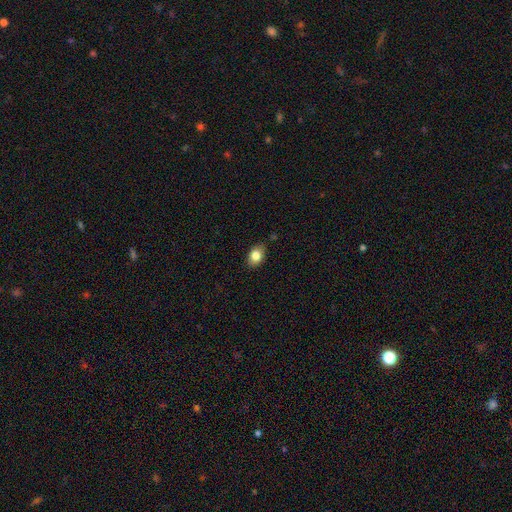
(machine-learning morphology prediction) The model was most divided on "how rounded": in between: 74%, round: 25%, cigar-shaped: 1%. More confident: smooth or featured — smooth (82%); merging — none (81%).